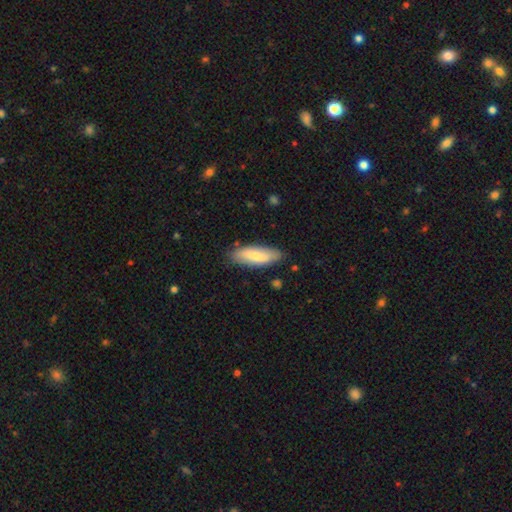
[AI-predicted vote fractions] This appears to be a smooth galaxy with no disk features (69%) that is in between round and cigar-shaped (65%). Merging: none (81%).